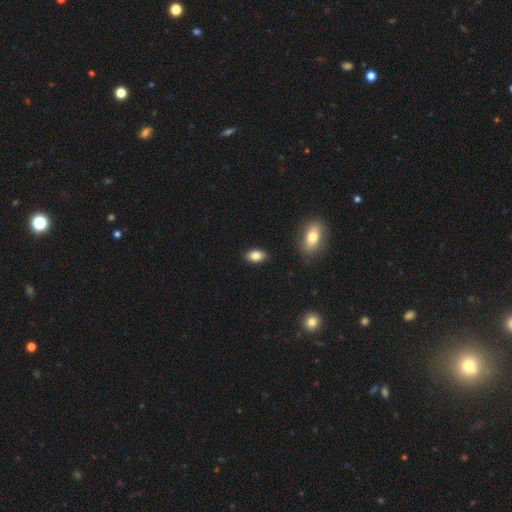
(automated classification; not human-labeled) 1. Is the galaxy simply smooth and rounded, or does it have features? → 82% smooth, 10% featured or disk, 8% star or artifact.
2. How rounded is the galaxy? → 90% in between, 6% round, 3% cigar-shaped.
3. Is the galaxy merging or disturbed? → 89% none, 8% minor disturbance, 2% major disturbance, 1% merger.